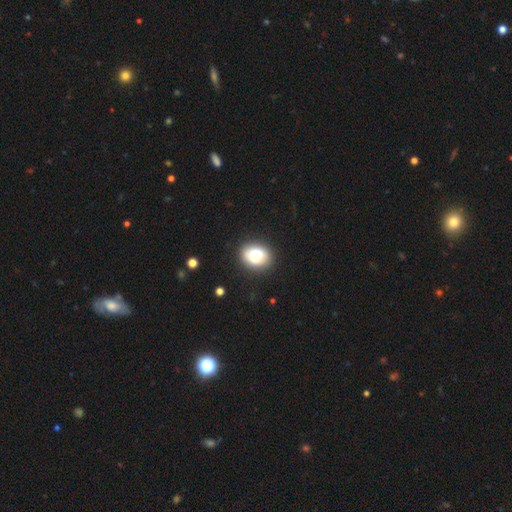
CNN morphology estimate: This appears to be a smooth galaxy with no disk features (75%) that is in between round and cigar-shaped (56%). Merging: none (86%).